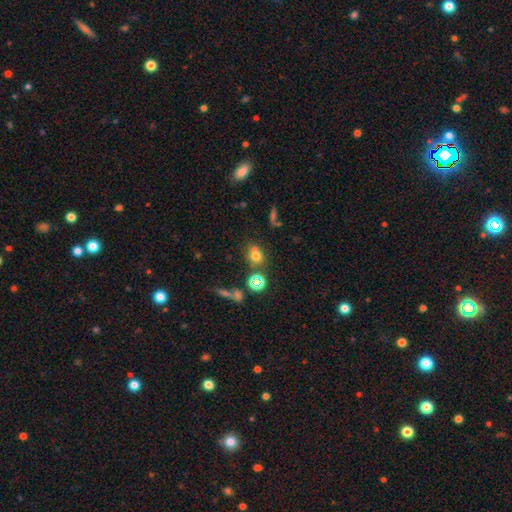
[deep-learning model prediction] A smooth galaxy with no disk features (67%) that is round (67%). Merging: none (59%).